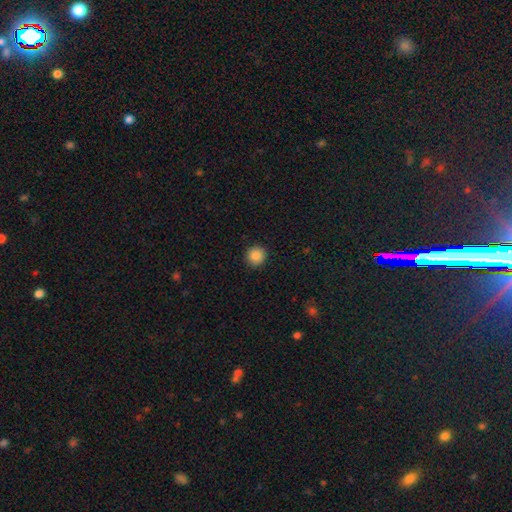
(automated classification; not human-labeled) smooth 87%, star or artifact 9%, featured or disk 4%. Down the decision tree: how rounded — round (93%); merging — none (92%).